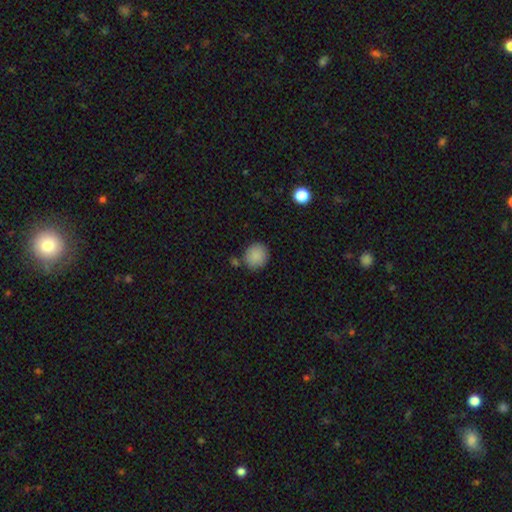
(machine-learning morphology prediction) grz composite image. It shows a smooth galaxy with no disk features (88%) that is round (86%). Merging: none (78%).